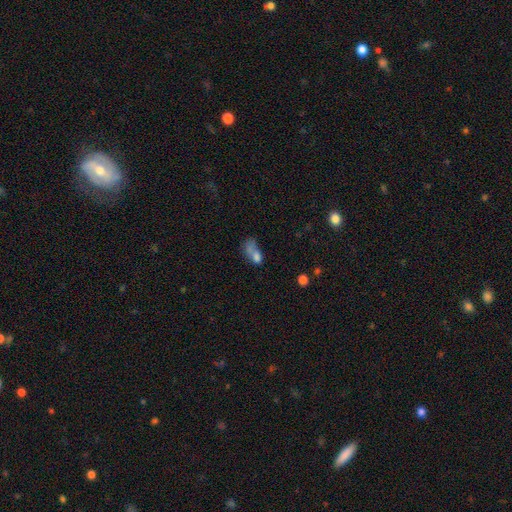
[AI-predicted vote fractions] This appears to be a smooth galaxy with no disk features (66%) that is in between round and cigar-shaped (78%). Merging: merger (40%).